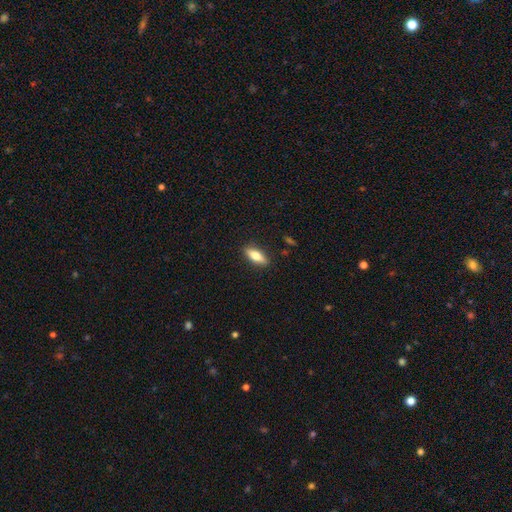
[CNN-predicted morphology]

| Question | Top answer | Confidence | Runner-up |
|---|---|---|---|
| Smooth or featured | smooth | 69% | featured or disk (24%) |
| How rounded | in between | 63% | cigar-shaped (35%) |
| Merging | none | 87% | minor disturbance (9%) |